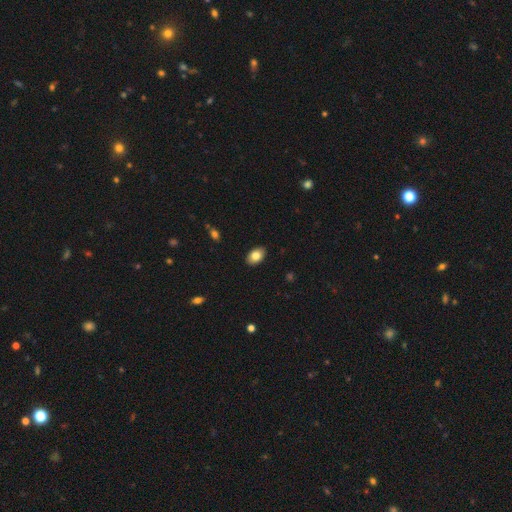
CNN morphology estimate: This is clearly a smooth galaxy (82%). How rounded: clearly in between (89%). Merging: clearly none (89%).